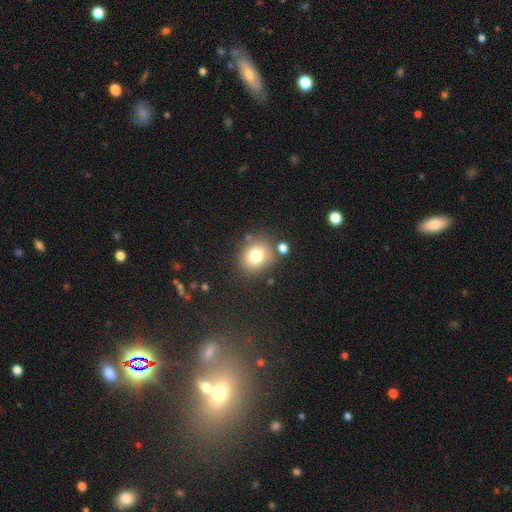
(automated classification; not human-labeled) A smooth galaxy with no disk features (78%) that is round (64%).

Vote fractions:
- Smooth or featured? smooth: 78% / star or artifact: 12% / featured or disk: 10%
- How rounded? round: 64% / in between: 35% / cigar-shaped: 1%
- Merging? none: 75% / minor disturbance: 12% / merger: 8% / major disturbance: 4%